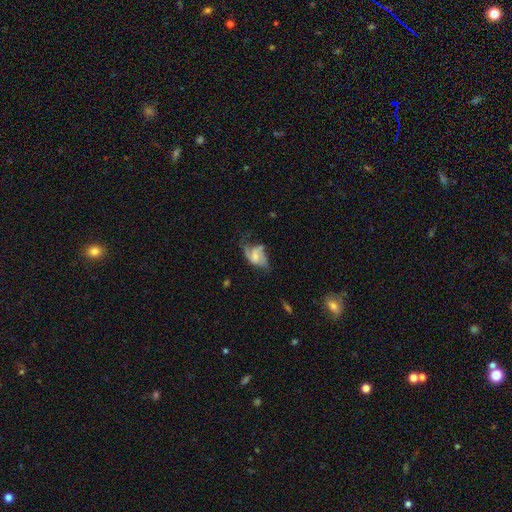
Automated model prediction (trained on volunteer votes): Q: Smooth or featured?
A: featured or disk (64%); runner-up: smooth (28%)
Q: Edge-on disk?
A: no (96%); runner-up: yes (4%)
Q: Bar?
A: no (52%); runner-up: weak (38%)
Q: Spiral arms?
A: yes (83%); runner-up: no (17%)
Q: Spiral winding?
A: loose (48%); runner-up: medium (38%)
Q: Spiral arm count?
A: 2 (61%); runner-up: can't tell (13%)
Q: Bulge size?
A: small (40%); runner-up: moderate (29%)
Q: Merging?
A: none (35%); runner-up: major disturbance (33%)